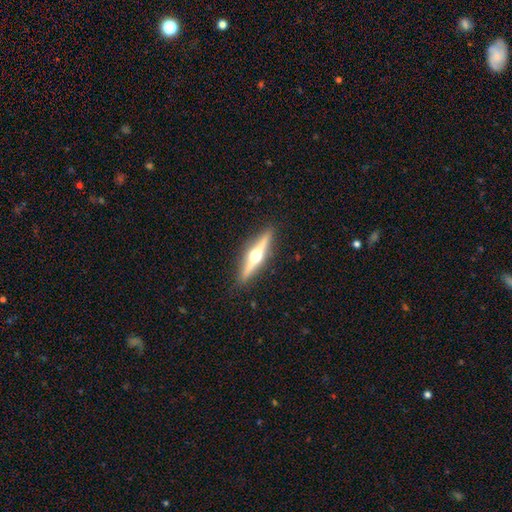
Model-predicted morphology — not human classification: Smooth or featured: featured or disk — 77% (smooth — 18%)
Edge-on disk: yes — 98% (no — 2%)
Edge-on bulge: rounded — 97% (boxy — 2%)
Merging: none — 91% (minor disturbance — 6%)